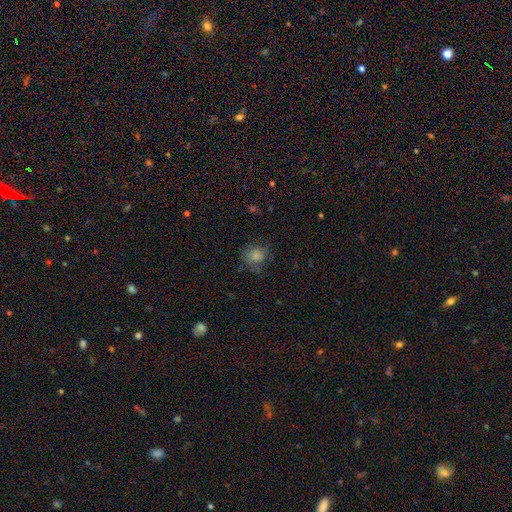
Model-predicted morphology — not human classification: A smooth galaxy with no disk features (80%) that is round (72%).

Vote fractions:
- Smooth or featured? smooth: 80% / star or artifact: 11% / featured or disk: 9%
- How rounded? round: 72% / in between: 27% / cigar-shaped: 1%
- Merging? none: 68% / minor disturbance: 22% / major disturbance: 9% / merger: 2%